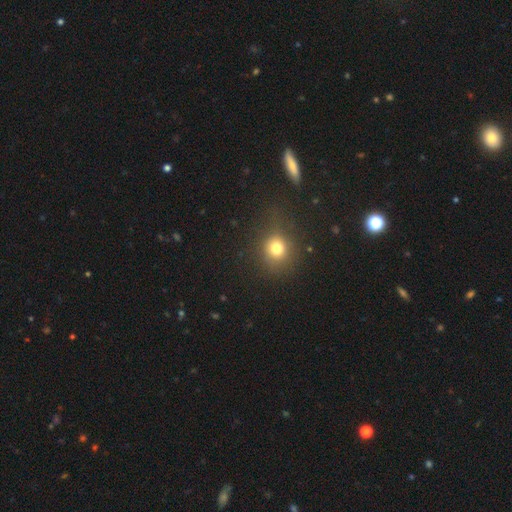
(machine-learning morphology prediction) The model was most divided on "smooth or featured": smooth: 58%, star or artifact: 35%, featured or disk: 7%. More confident: how rounded — round (85%); merging — none (84%).